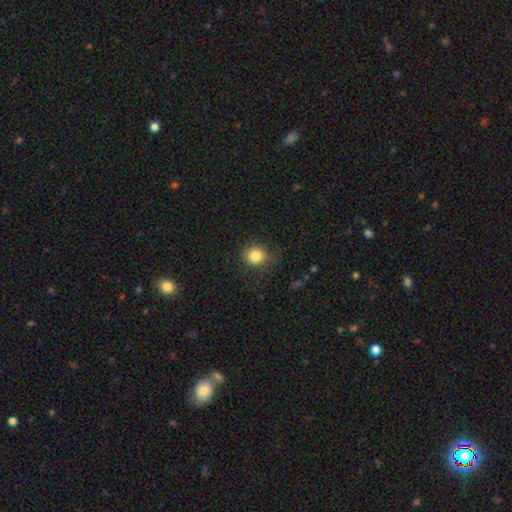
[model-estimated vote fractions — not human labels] This is clearly a smooth galaxy (83%). How rounded: clearly round (86%). Merging: clearly none (82%).